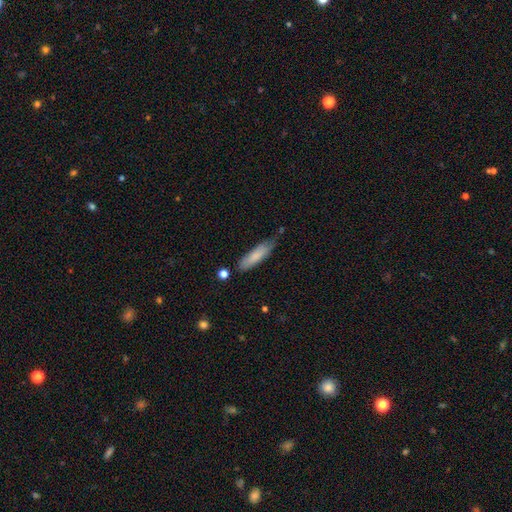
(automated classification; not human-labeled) A smooth galaxy with no disk features (78%) that is cigar-shaped (71%).

Vote fractions:
- Smooth or featured? smooth: 78% / featured or disk: 16% / star or artifact: 6%
- How rounded? cigar-shaped: 71% / in between: 28% / round: 1%
- Merging? none: 67% / minor disturbance: 24% / major disturbance: 4% / merger: 4%